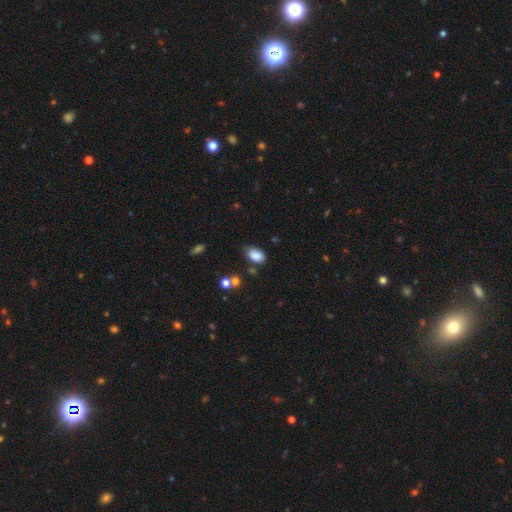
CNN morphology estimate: smooth_or_featured: smooth (p=0.85) [alt: star or artifact p=0.09]
how_rounded: in between (p=0.90) [alt: round p=0.08]
merging: none (p=0.64) [alt: minor disturbance p=0.25]